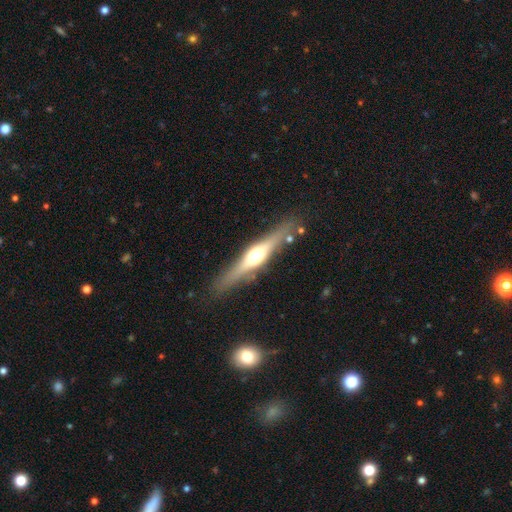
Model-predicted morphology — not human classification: A featured or disk galaxy (68%) viewed edge-on (95%) with a rounded central bulge (91%).

Vote fractions:
- Smooth or featured? featured or disk: 68% / smooth: 27% / star or artifact: 6%
- Edge-on disk? yes: 95% / no: 5%
- Edge-on bulge? rounded: 91% / boxy: 5% / none: 4%
- Merging? none: 83% / minor disturbance: 11% / merger: 3% / major disturbance: 3%